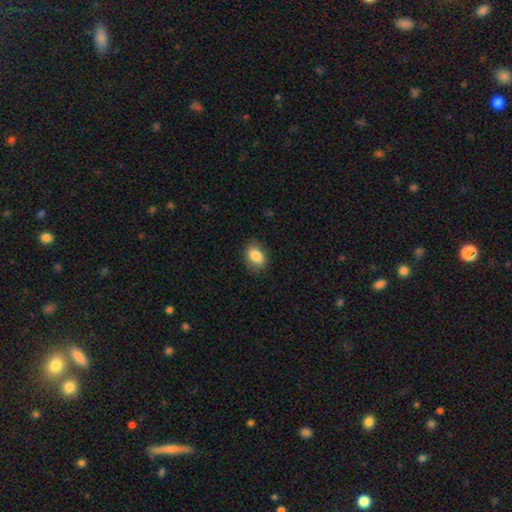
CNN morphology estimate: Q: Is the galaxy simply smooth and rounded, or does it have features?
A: smooth — 85%.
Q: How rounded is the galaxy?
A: in between — 82%.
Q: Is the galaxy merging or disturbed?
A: none — 83%.